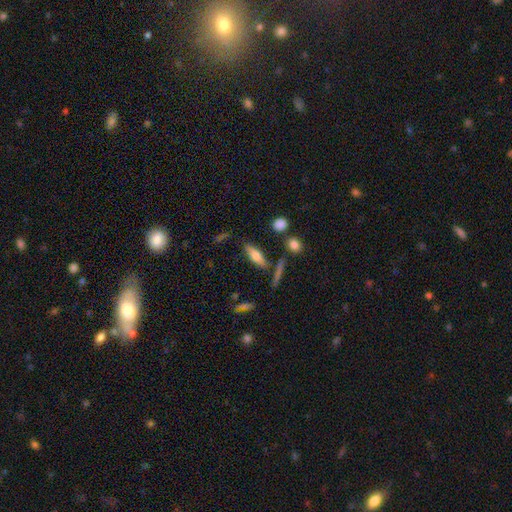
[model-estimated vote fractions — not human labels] This appears to be a smooth galaxy with no disk features (62%) that is in between round and cigar-shaped (52%). Merging: none (74%).